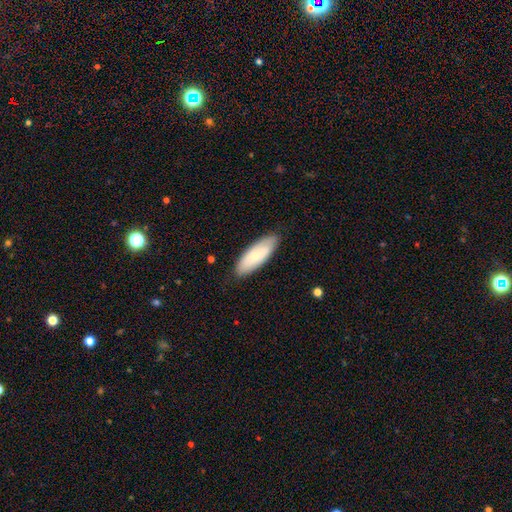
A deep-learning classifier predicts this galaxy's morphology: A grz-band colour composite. It shows a smooth galaxy with no disk features (77%) that is in between round and cigar-shaped (66%). Merging: none (85%).